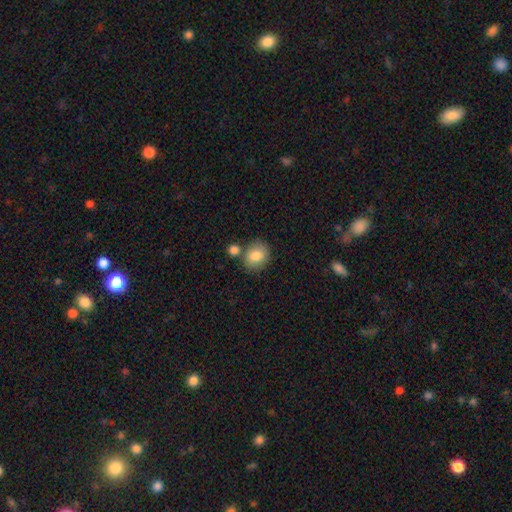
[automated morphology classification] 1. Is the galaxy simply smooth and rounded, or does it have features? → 81% smooth, 11% featured or disk, 8% star or artifact.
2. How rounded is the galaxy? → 64% round, 35% in between, 1% cigar-shaped.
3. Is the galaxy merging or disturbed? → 68% none, 17% merger, 12% minor disturbance, 3% major disturbance.